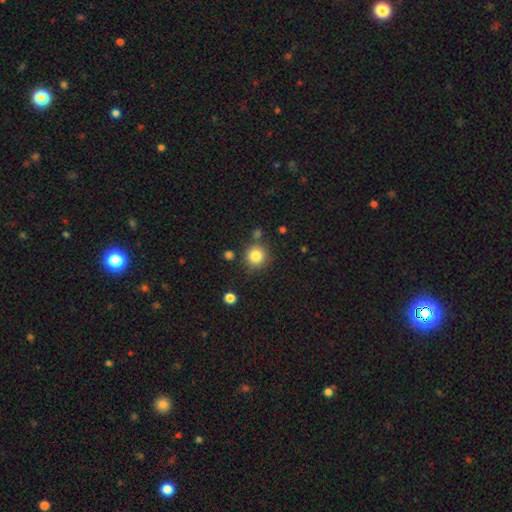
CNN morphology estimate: smooth-or-featured: smooth: 83% | star or artifact: 11% | featured or disk: 6%
  how-rounded: round: 93% | in between: 6% | cigar-shaped: 1%
  merging: none: 81% | minor disturbance: 10% | merger: 6% | major disturbance: 3%